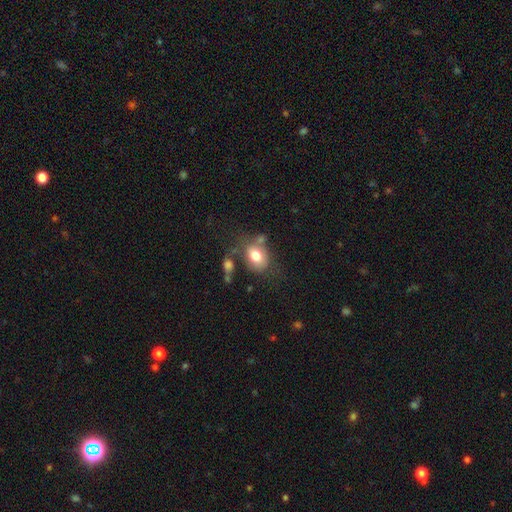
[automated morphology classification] Overall: smooth (77%). How rounded: in between (60%; round 39%). Merging: none (56%; minor disturbance 20%).